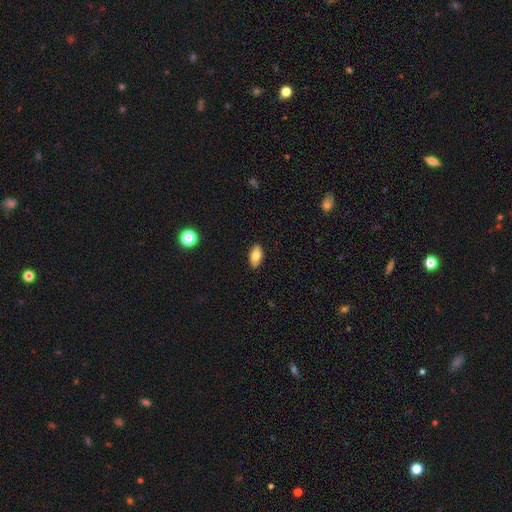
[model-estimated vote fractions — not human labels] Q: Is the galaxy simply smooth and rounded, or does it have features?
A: smooth — 77%.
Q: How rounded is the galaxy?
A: in between — 92%.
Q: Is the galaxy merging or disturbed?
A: none — 89%.